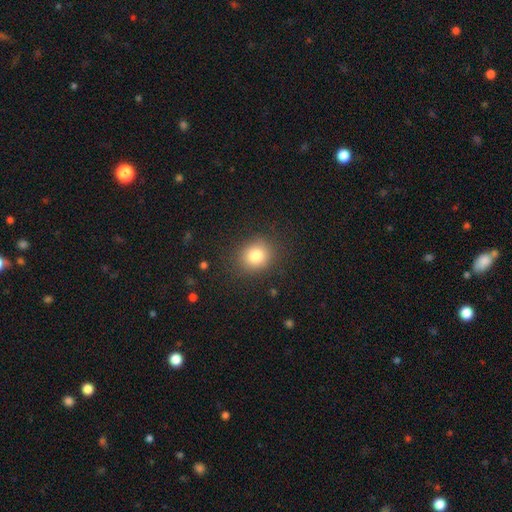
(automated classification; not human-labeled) smooth-or-featured: smooth: 82% | star or artifact: 11% | featured or disk: 7%
  how-rounded: round: 73% | in between: 26% | cigar-shaped: 1%
  merging: none: 85% | minor disturbance: 10% | major disturbance: 4% | merger: 1%